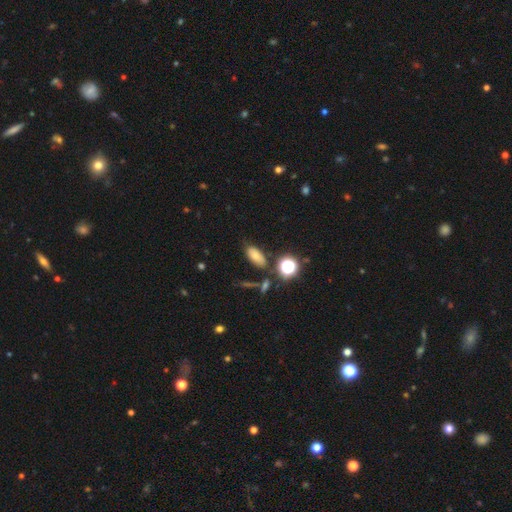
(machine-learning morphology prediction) type=smooth (71%); roundness=in between (83%); merging=none (75%).